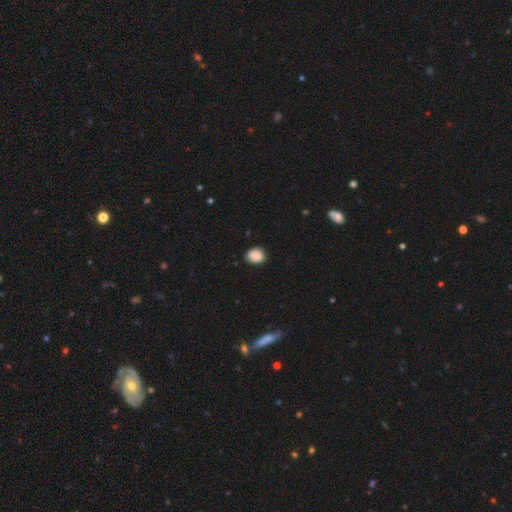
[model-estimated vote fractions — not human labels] Q: Smooth or featured?
A: smooth (88%); runner-up: star or artifact (8%)
Q: How rounded?
A: round (54%); runner-up: in between (45%)
Q: Merging?
A: none (84%); runner-up: minor disturbance (12%)